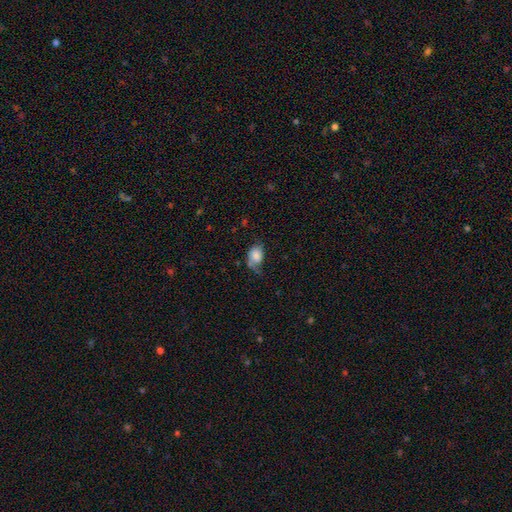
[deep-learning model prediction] smooth-or-featured: smooth: 69% | featured or disk: 22% | star or artifact: 9%
  how-rounded: in between: 77% | round: 22% | cigar-shaped: 1%
  merging: none: 39% | minor disturbance: 34% | major disturbance: 22% | merger: 5%